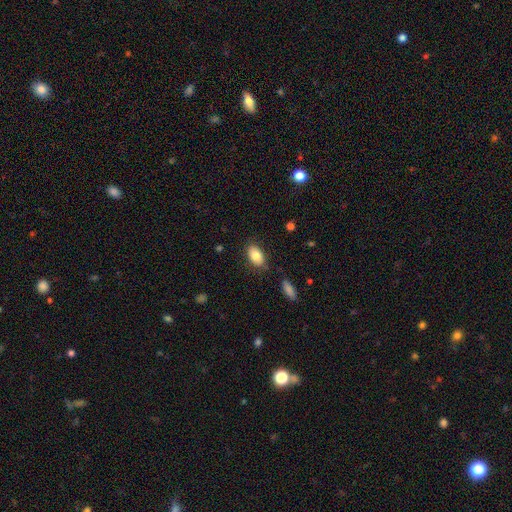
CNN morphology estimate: smooth 81%, featured or disk 12%, star or artifact 7%. Down the decision tree: how rounded — in between (92%); merging — none (82%).